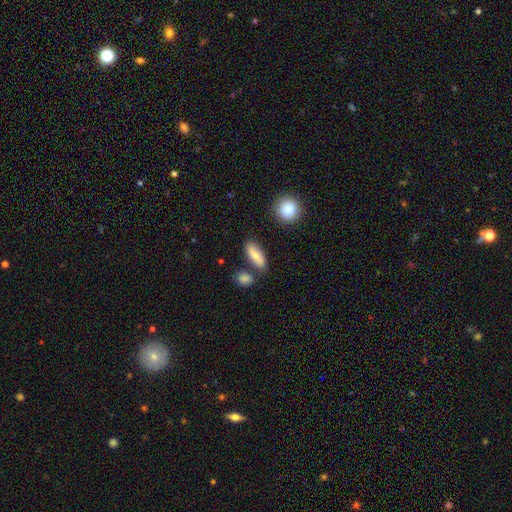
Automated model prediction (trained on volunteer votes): Smooth or featured? smooth (77%)
How rounded? in between (67%)
Merging? none (76%)